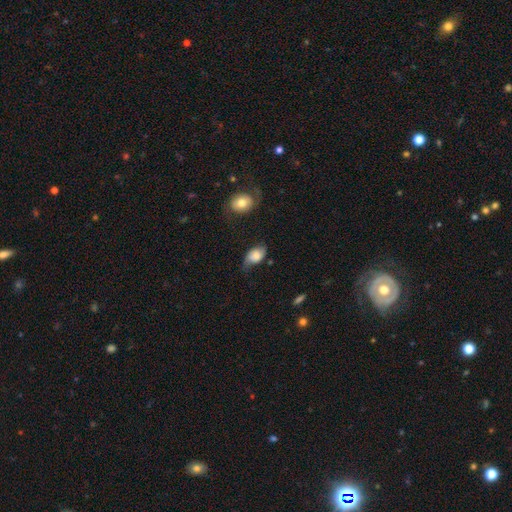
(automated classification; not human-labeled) Smooth or featured? Predicted: smooth (p=0.62). How rounded? Predicted: in between (p=0.85). Merging? Predicted: none (p=0.43).